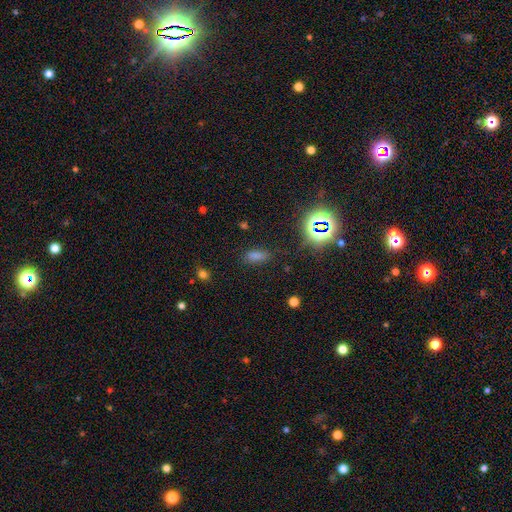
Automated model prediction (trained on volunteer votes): smooth_or_featured: smooth (p=0.58) [alt: star or artifact p=0.33]
how_rounded: in between (p=0.74) [alt: cigar-shaped p=0.19]
merging: none (p=0.80) [alt: minor disturbance p=0.13]